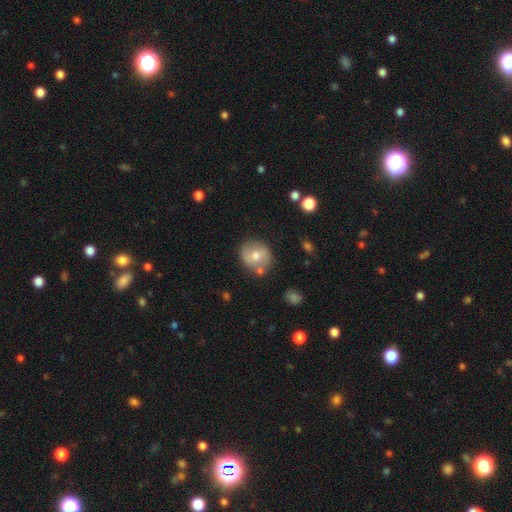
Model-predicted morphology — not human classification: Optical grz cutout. It shows a smooth galaxy with no disk features (53%) that is round (80%). Merging: none (73%).